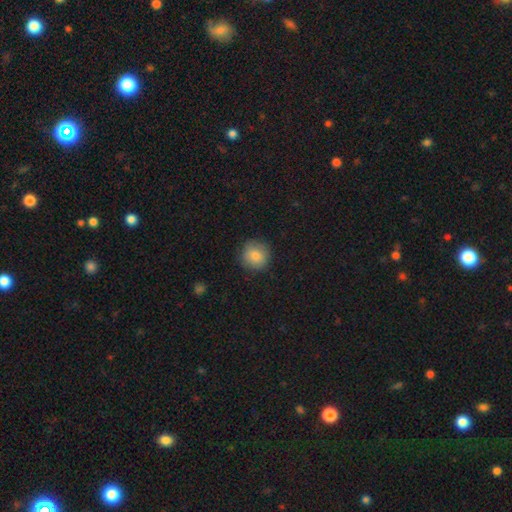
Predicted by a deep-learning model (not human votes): Smooth or featured? Predicted: smooth (p=0.83). How rounded? Predicted: round (p=0.92). Merging? Predicted: none (p=0.87).